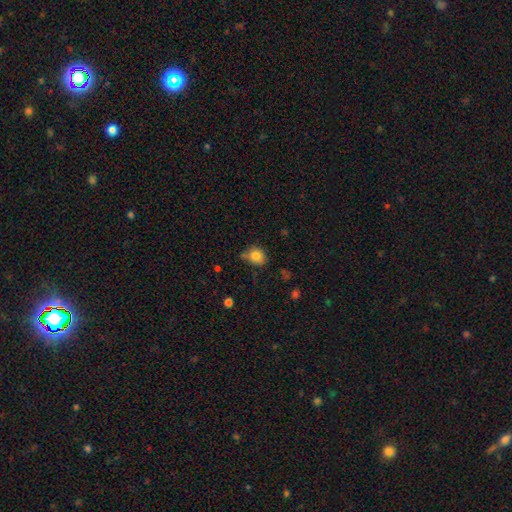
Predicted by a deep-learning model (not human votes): Overall: smooth (82%). How rounded: round (61%; in between 38%). Merging: none (62%; minor disturbance 26%).